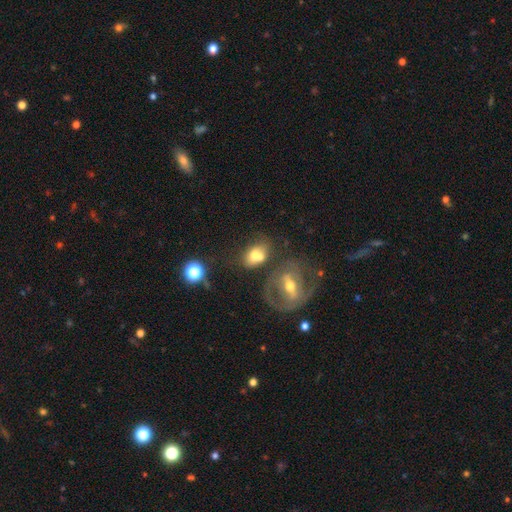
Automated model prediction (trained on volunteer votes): Q: Smooth or featured?
A: smooth (60%); runner-up: featured or disk (29%)
Q: How rounded?
A: in between (71%); runner-up: round (27%)
Q: Merging?
A: merger (43%); runner-up: none (33%)